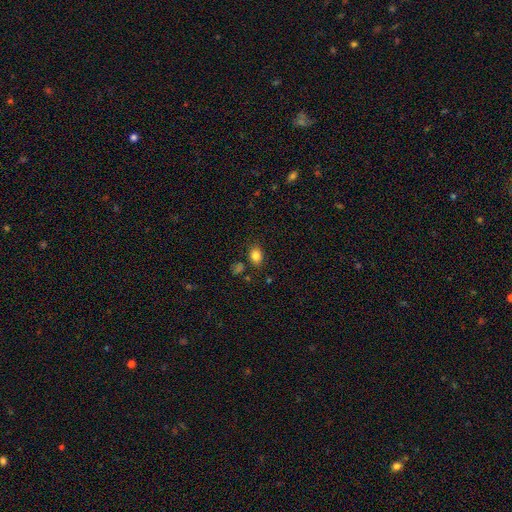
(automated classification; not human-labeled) Morphology: type=smooth (83%); roundness=in between (68%); merging=none (81%).